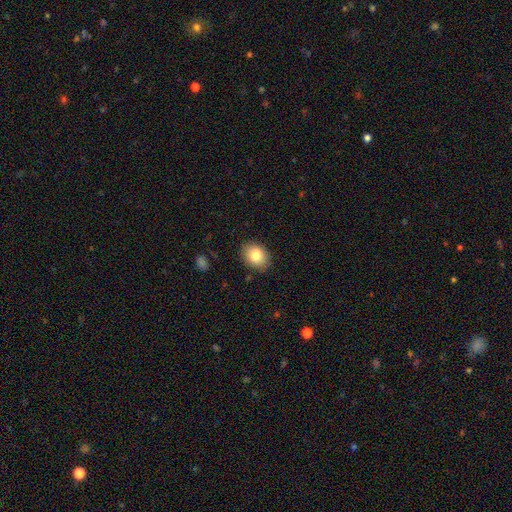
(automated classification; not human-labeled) The model was most divided on "how rounded": in between: 69%, round: 30%, cigar-shaped: 1%. More confident: merging — none (80%); smooth or featured — smooth (77%).